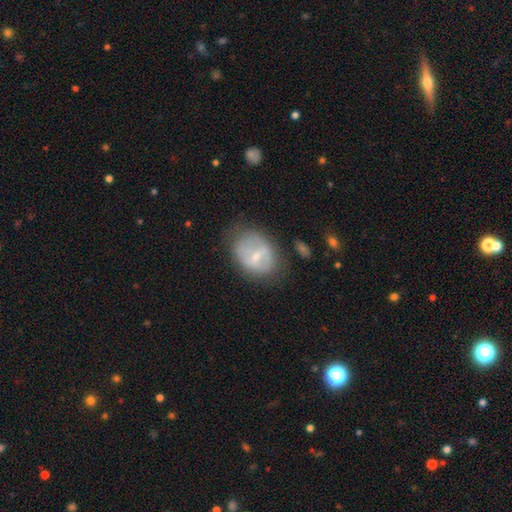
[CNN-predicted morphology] Q: Smooth or featured?
A: featured or disk (49%); runner-up: smooth (43%)
Q: Merging?
A: none (58%); runner-up: minor disturbance (25%)